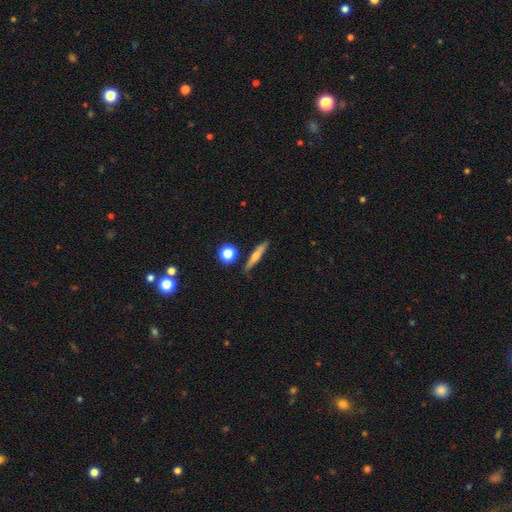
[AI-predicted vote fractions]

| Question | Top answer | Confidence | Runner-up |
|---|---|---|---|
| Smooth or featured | smooth | 52% | featured or disk (40%) |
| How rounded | cigar-shaped | 83% | in between (10%) |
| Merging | none | 81% | minor disturbance (11%) |